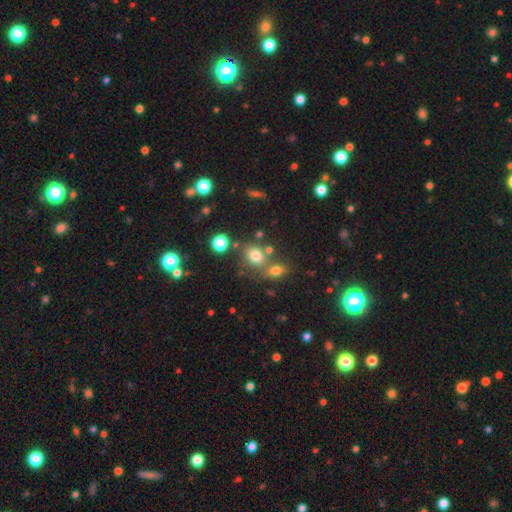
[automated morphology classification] type=smooth (72%); roundness=round (53%); merging=none (58%).